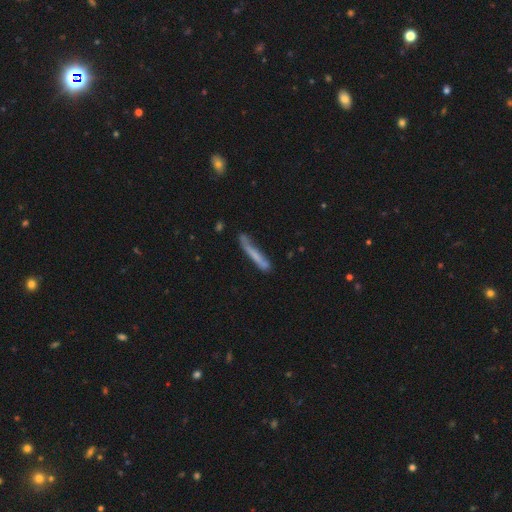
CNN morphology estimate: Overall: smooth (61%; featured or disk 32%). How rounded: cigar-shaped (95%). Merging: none (63%; minor disturbance 24%).